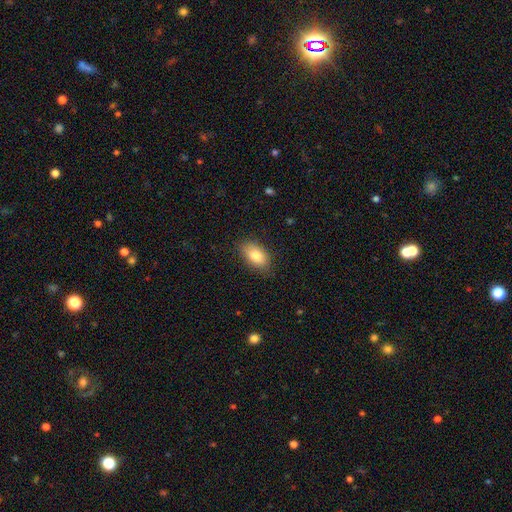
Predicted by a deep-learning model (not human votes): Overall: smooth (83%). How rounded: in between (91%). Merging: none (83%).